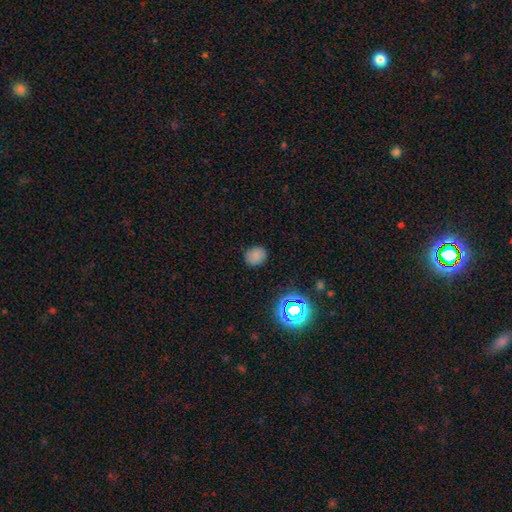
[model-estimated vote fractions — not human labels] The model was most divided on "how rounded": round: 67%, in between: 32%, cigar-shaped: 1%. More confident: merging — none (85%); smooth or featured — smooth (77%).